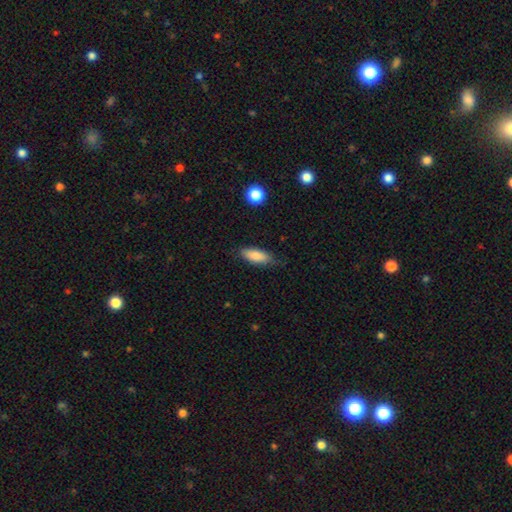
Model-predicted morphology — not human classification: Smooth or featured?
  - smooth: 83% *
  - featured or disk: 10%
  - star or artifact: 7%
How rounded?
  - in between: 75% *
  - cigar-shaped: 22%
  - round: 2%
Merging?
  - none: 76% *
  - minor disturbance: 19%
  - major disturbance: 4%
  - merger: 1%